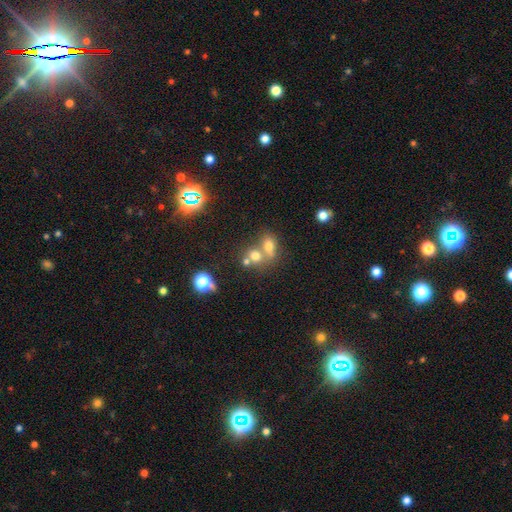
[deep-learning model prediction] Overall: smooth (66%). How rounded: round (52%; in between 46%). Merging: merger (57%; none 31%).